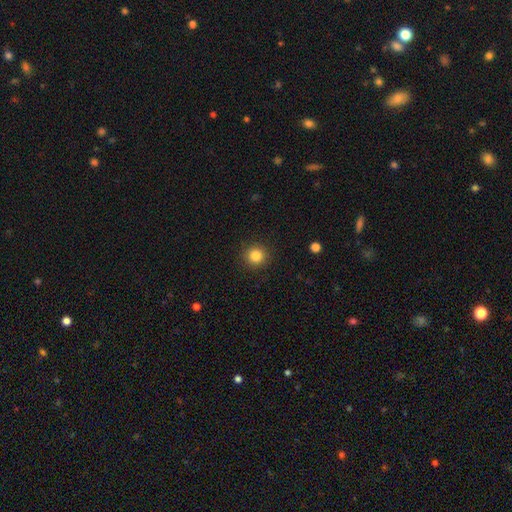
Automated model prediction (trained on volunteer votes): smooth-or-featured: smooth: 85% | star or artifact: 11% | featured or disk: 4%
  how-rounded: round: 93% | in between: 6% | cigar-shaped: 1%
  merging: none: 91% | minor disturbance: 6% | major disturbance: 2% | merger: 1%